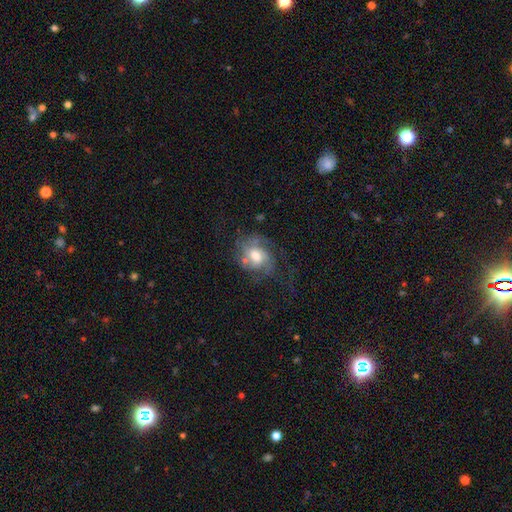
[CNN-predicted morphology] type=featured or disk (68%); edge-on=no (97%); bar=no (57%); spiral arms=yes (84%); winding=medium (43%); arm count=can't tell (34%); bulge=moderate (57%); merging=none (47%).